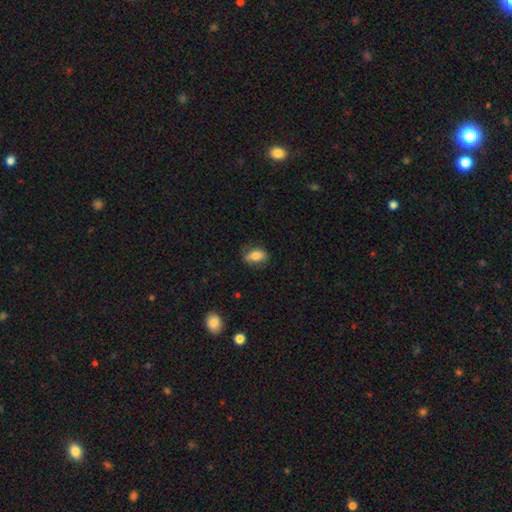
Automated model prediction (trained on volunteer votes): Smooth or featured?
  - smooth: 76% *
  - featured or disk: 17%
  - star or artifact: 8%
How rounded?
  - in between: 86% *
  - round: 11%
  - cigar-shaped: 3%
Merging?
  - none: 71% *
  - minor disturbance: 21%
  - major disturbance: 6%
  - merger: 1%